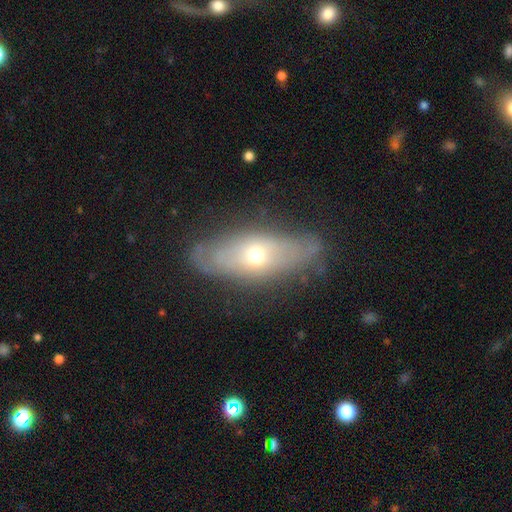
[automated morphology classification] Q: Smooth or featured?
A: featured or disk (51%); runner-up: smooth (40%)
Q: Edge-on disk?
A: no (66%); runner-up: yes (34%)
Q: Merging?
A: none (67%); runner-up: minor disturbance (22%)